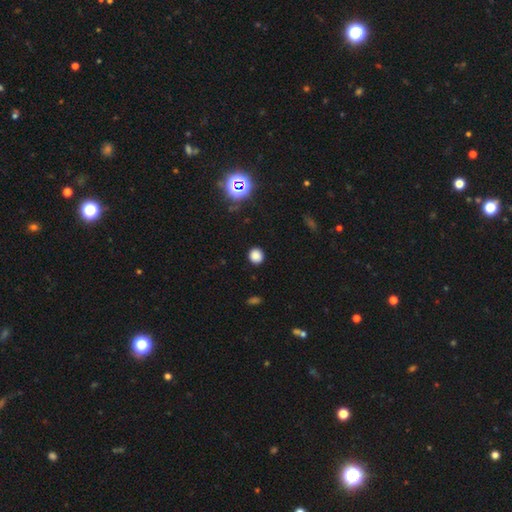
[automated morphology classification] Smooth or featured?
  - smooth: 81% *
  - star or artifact: 15%
  - featured or disk: 4%
How rounded?
  - round: 88% *
  - in between: 11%
  - cigar-shaped: 1%
Merging?
  - none: 90% *
  - minor disturbance: 7%
  - major disturbance: 2%
  - merger: 1%